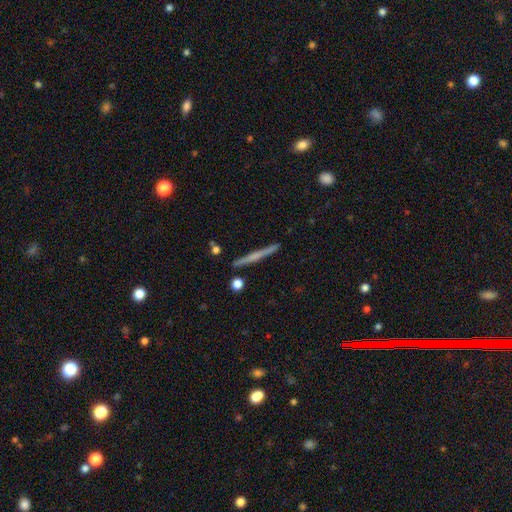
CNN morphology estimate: Smooth or featured? Predicted: featured or disk (p=0.59). Edge-on disk? Predicted: yes (p=0.98). Edge-on bulge? Predicted: none (p=0.53). Merging? Predicted: none (p=0.91).